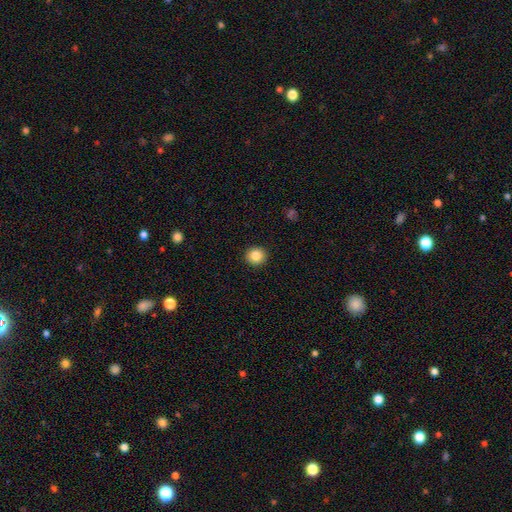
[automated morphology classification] smooth 85%, star or artifact 10%, featured or disk 5%. Down the decision tree: how rounded — round (89%); merging — none (92%).